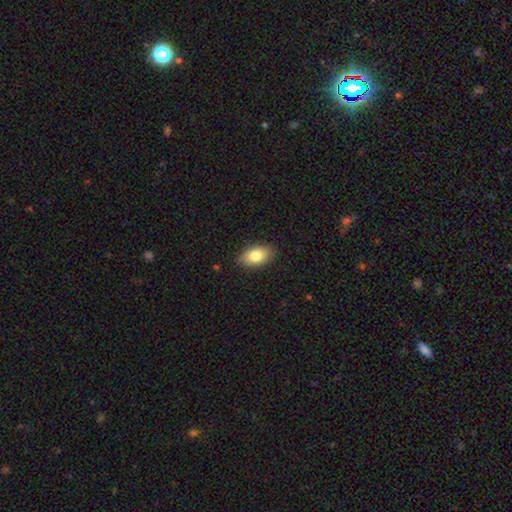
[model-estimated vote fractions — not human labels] The model was most divided on "smooth or featured": smooth: 81%, featured or disk: 11%, star or artifact: 7%. More confident: how rounded — in between (92%); merging — none (88%).